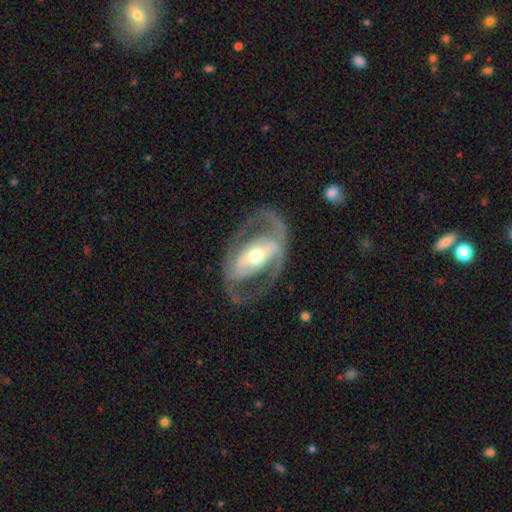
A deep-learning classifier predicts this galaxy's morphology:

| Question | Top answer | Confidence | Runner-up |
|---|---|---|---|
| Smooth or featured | featured or disk | 85% | smooth (11%) |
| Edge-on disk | no | 94% | yes (6%) |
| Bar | strong | 52% | weak (25%) |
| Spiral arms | yes | 74% | no (26%) |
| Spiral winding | medium | 48% | tight (29%) |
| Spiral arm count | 2 | 82% | can't tell (9%) |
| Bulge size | moderate | 63% | small (26%) |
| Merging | none | 66% | major disturbance (18%) |